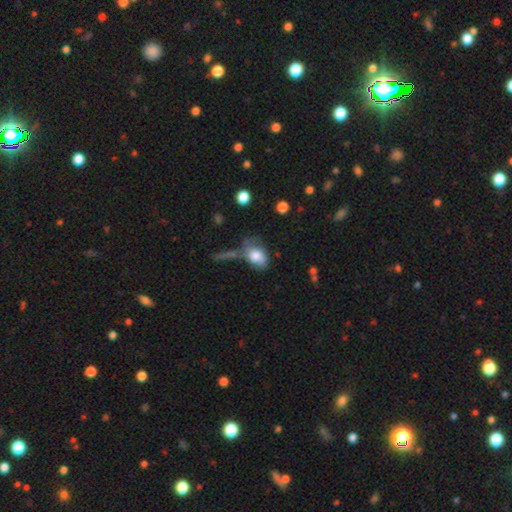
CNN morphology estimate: This appears to be a smooth galaxy with no disk features (71%) that is in between round and cigar-shaped (75%). Merging: none (31%).